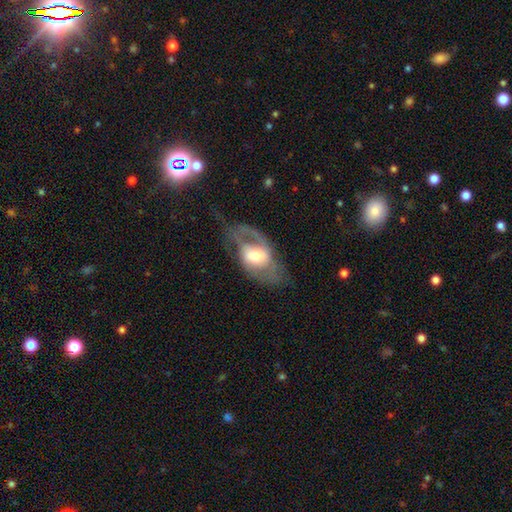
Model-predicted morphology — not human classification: This appears to be a featured or disk galaxy (67%) with a weak bar (41%), spiral arms (73%) and a moderate central bulge (54%). Merging: none (44%).